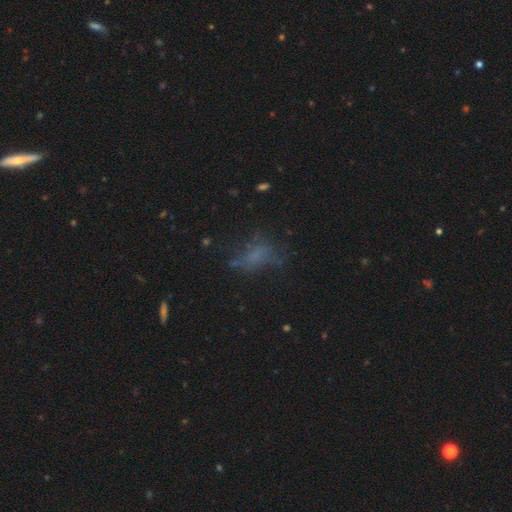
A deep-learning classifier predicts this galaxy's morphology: Smooth or featured? smooth (44%)
Merging? none (48%)